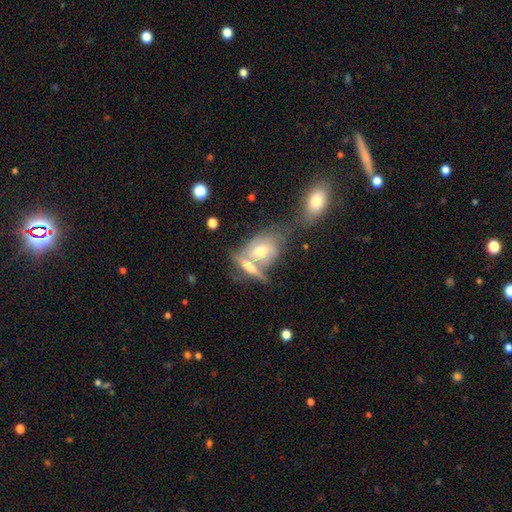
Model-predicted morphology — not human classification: The model was most divided on "smooth or featured": featured or disk: 52%, smooth: 35%, star or artifact: 14%. Remaining: edge-on disk — no (69%); merging — merger (50%).